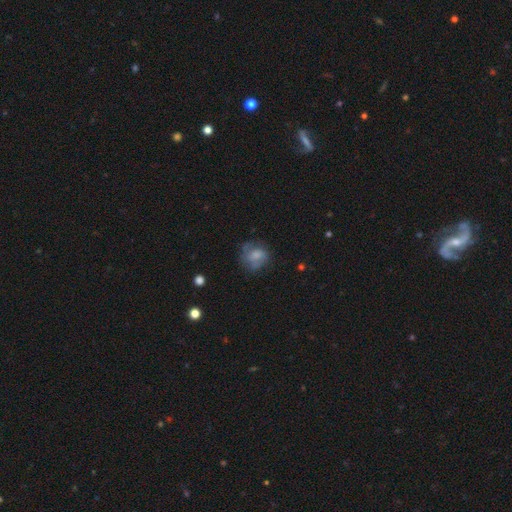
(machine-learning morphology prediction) Smooth or featured? Predicted: smooth (p=0.57). How rounded? Predicted: round (p=0.70). Merging? Predicted: none (p=0.54).